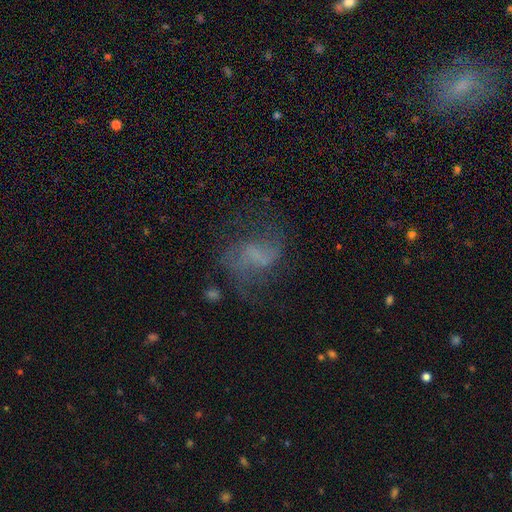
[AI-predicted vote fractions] This is likely a featured or disk galaxy (61%). It is clearly not viewed edge-on (97%). Bar: marginally no (44%). Spiral arm pattern: likely yes (78%). Central bulge: likely none (60%). Merging: possibly none (53%).